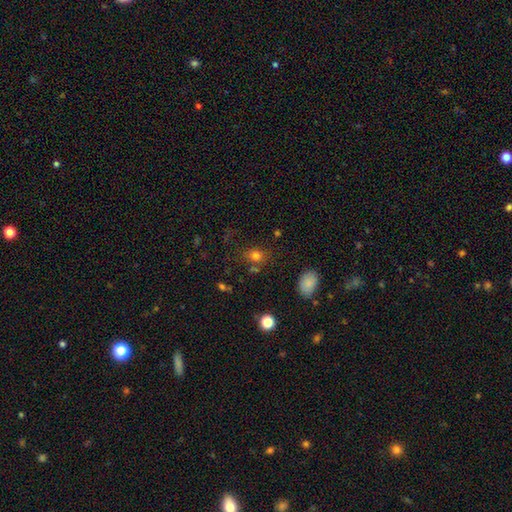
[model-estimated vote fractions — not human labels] Smooth or featured? Predicted: smooth (p=0.76). How rounded? Predicted: round (p=0.62). Merging? Predicted: none (p=0.70).